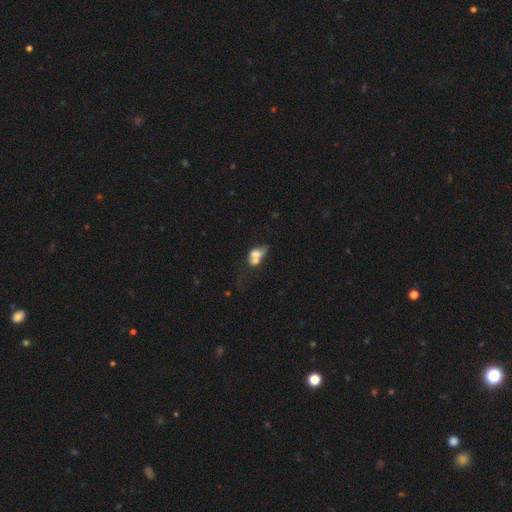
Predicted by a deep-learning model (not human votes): The model was most divided on "smooth or featured": smooth: 57%, featured or disk: 31%, star or artifact: 11%. More confident: how rounded — in between (72%); merging — merger (59%).